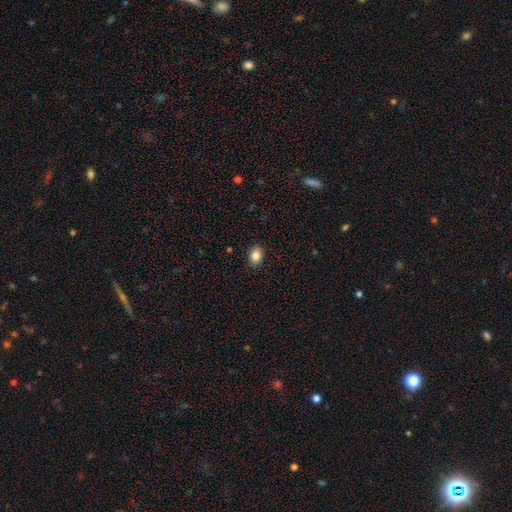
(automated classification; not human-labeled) smooth 86%, star or artifact 9%, featured or disk 5%. Down the decision tree: how rounded — in between (69%); merging — none (89%).